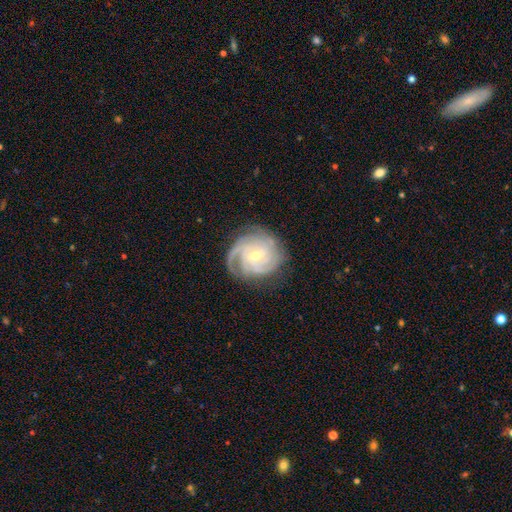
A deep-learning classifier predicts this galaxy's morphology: The model was most divided on "bulge size": small: 52%, moderate: 45%, large: 1%, none: 1%, dominant: 1%. Remaining: spiral arms — yes (98%); edge-on disk — no (98%); smooth or featured — featured or disk (89%); merging — none (76%); spiral winding — tight (74%); bar — weak (52%); spiral arm count — 3 (32%).